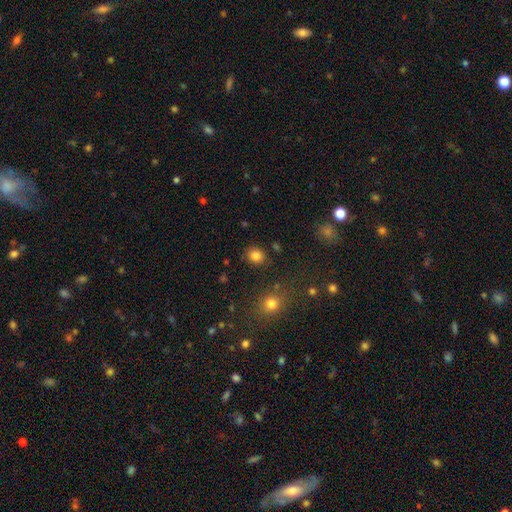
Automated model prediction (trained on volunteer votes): This appears to be a smooth galaxy with no disk features (83%) that is round (73%). Merging: none (85%).